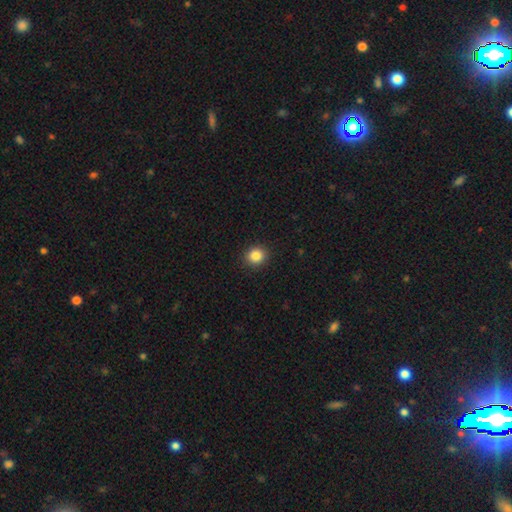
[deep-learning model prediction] smooth 85%, star or artifact 11%, featured or disk 4%. Down the decision tree: how rounded — round (83%); merging — none (92%).